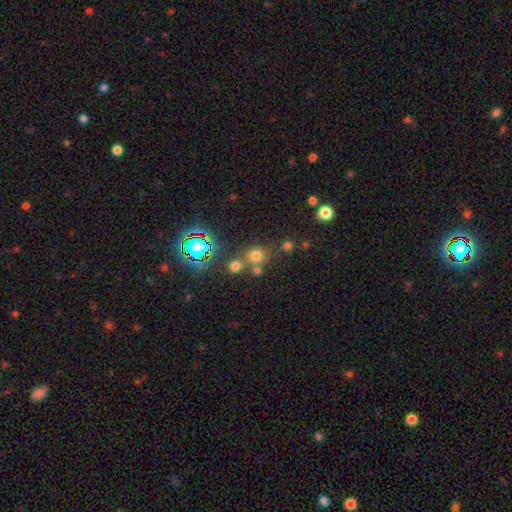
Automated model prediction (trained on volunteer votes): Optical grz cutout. It shows a smooth galaxy with no disk features (66%) that is round (83%). Merging: none (59%).